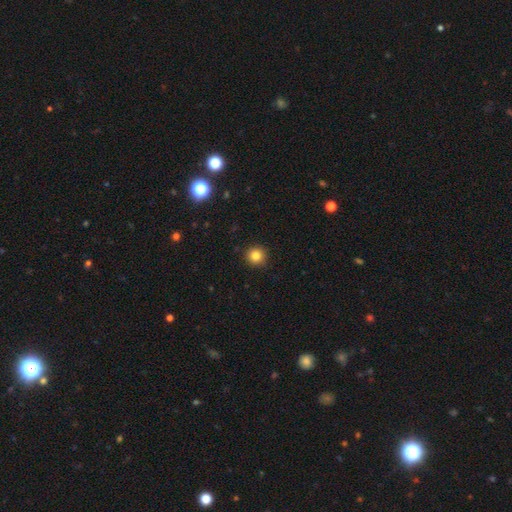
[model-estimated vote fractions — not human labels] Smooth or featured? smooth (83%)
How rounded? round (95%)
Merging? none (92%)